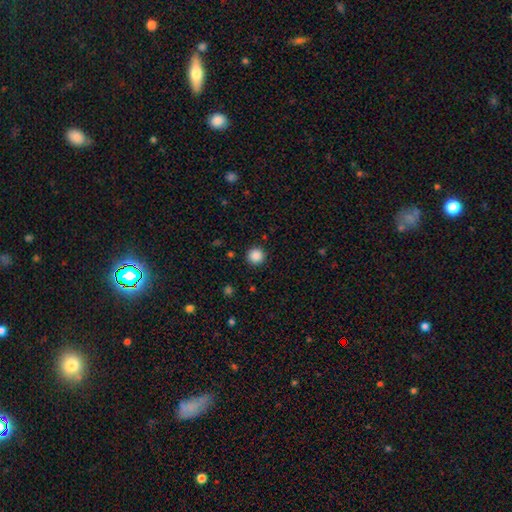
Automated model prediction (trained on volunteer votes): This appears to be a smooth galaxy with no disk features (87%) that is round (95%). Merging: none (91%).